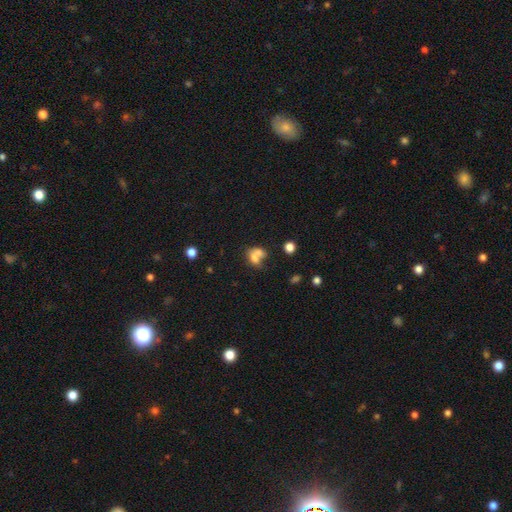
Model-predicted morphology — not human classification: smooth-or-featured: smooth: 69% | featured or disk: 19% | star or artifact: 12%
  how-rounded: in between: 63% | round: 35% | cigar-shaped: 2%
  merging: merger: 56% | none: 22% | major disturbance: 11% | minor disturbance: 11%